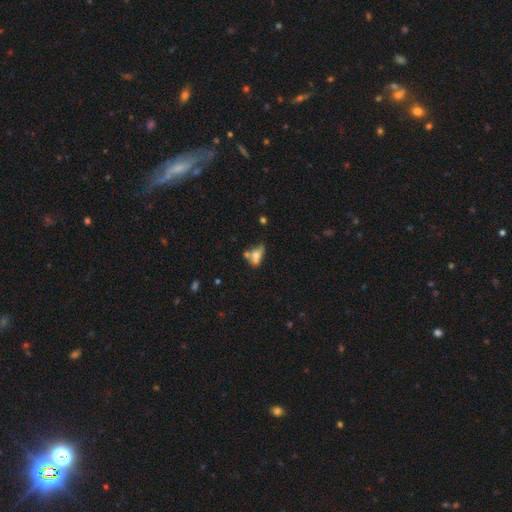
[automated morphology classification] smooth-or-featured: smooth: 60% | featured or disk: 30% | star or artifact: 10%
  how-rounded: in between: 79% | round: 13% | cigar-shaped: 7%
  merging: merger: 36% | none: 35% | minor disturbance: 19% | major disturbance: 10%